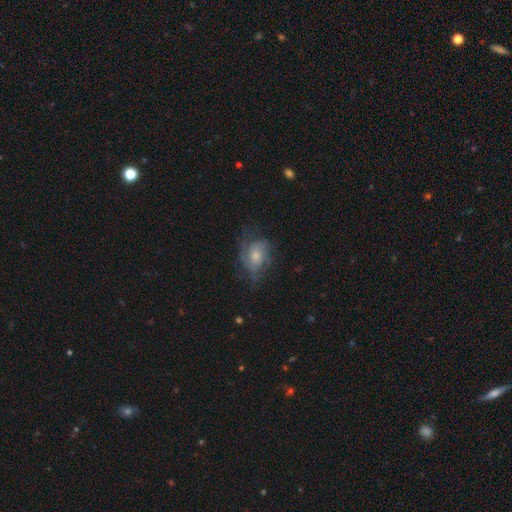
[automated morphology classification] Q: Smooth or featured?
A: featured or disk (68%); runner-up: smooth (24%)
Q: Edge-on disk?
A: no (97%); runner-up: yes (3%)
Q: Bar?
A: no (71%); runner-up: weak (26%)
Q: Spiral arms?
A: yes (88%); runner-up: no (12%)
Q: Spiral winding?
A: medium (42%); runner-up: tight (39%)
Q: Spiral arm count?
A: 2 (38%); runner-up: can't tell (29%)
Q: Bulge size?
A: moderate (45%); runner-up: small (44%)
Q: Merging?
A: none (55%); runner-up: minor disturbance (24%)